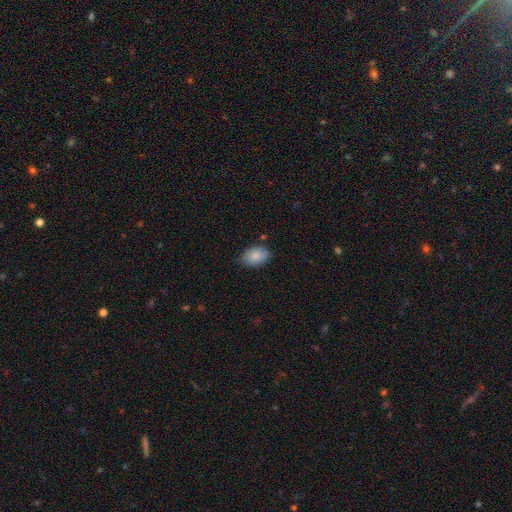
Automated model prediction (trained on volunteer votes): smooth 86%, featured or disk 7%, star or artifact 7%. Down the decision tree: how rounded — in between (85%); merging — none (76%).